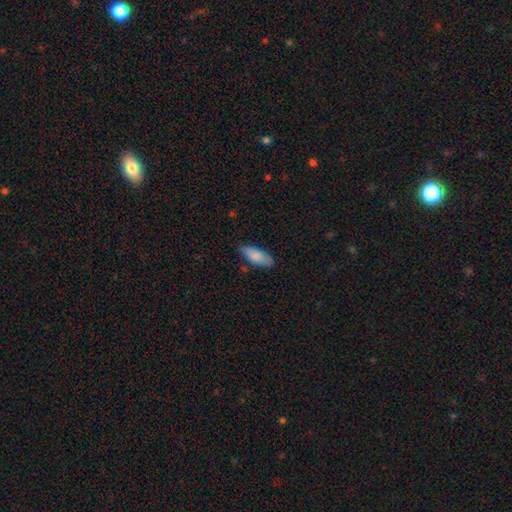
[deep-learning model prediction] Overall: smooth (83%). How rounded: in between (72%). Merging: none (76%).